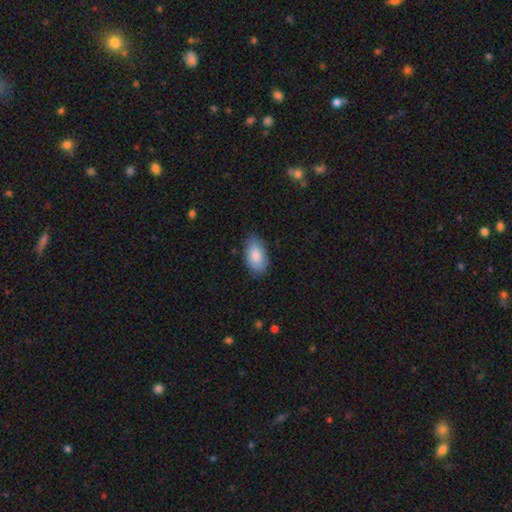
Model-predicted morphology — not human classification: Smooth or featured?
  - smooth: 85% *
  - featured or disk: 9%
  - star or artifact: 6%
How rounded?
  - in between: 95% *
  - round: 3%
  - cigar-shaped: 2%
Merging?
  - none: 81% *
  - minor disturbance: 15%
  - major disturbance: 3%
  - merger: 1%